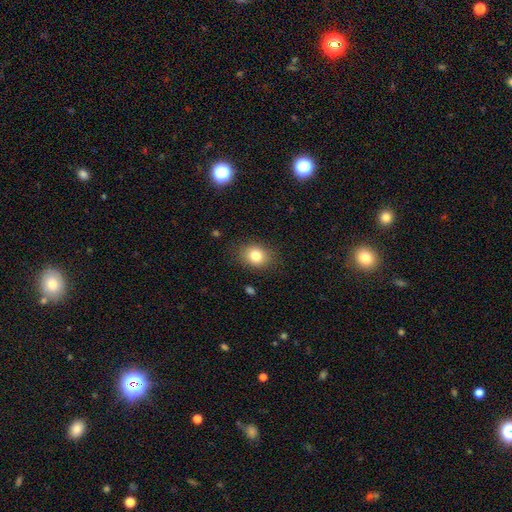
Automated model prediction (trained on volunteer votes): smooth 81%, star or artifact 10%, featured or disk 8%. Down the decision tree: how rounded — in between (50%); merging — none (85%).